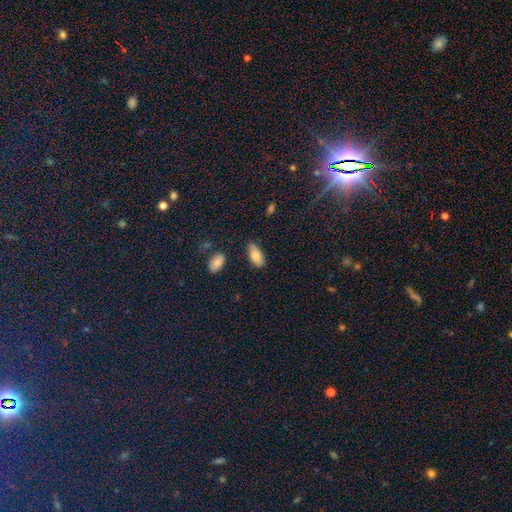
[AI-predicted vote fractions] smooth_or_featured: smooth (p=0.82) [alt: featured or disk p=0.11]
how_rounded: in between (p=0.86) [alt: cigar-shaped p=0.11]
merging: none (p=0.75) [alt: minor disturbance p=0.18]